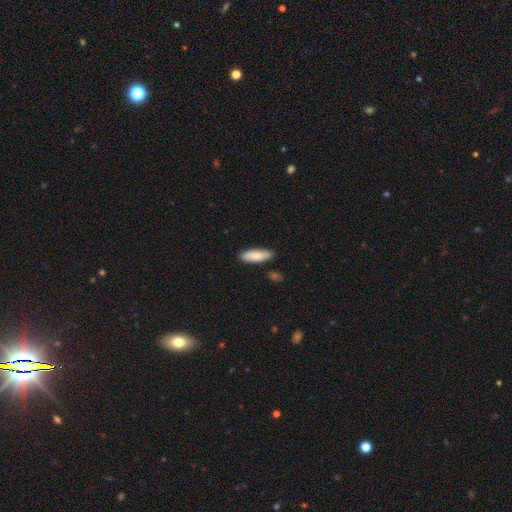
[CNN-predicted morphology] smooth 82%, featured or disk 12%, star or artifact 6%. Down the decision tree: how rounded — in between (64%); merging — none (83%).